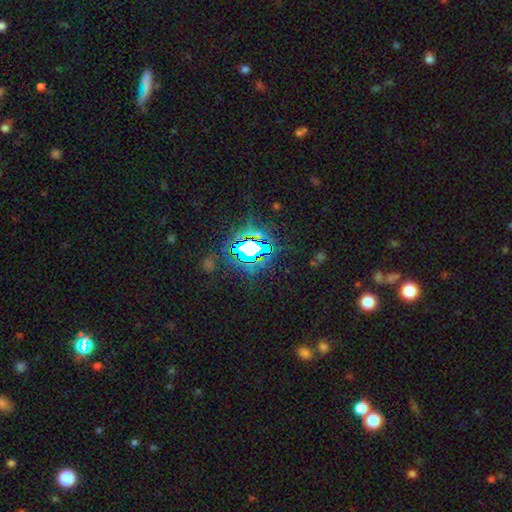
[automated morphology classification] Smooth or featured: star or artifact — 77% (smooth — 13%)